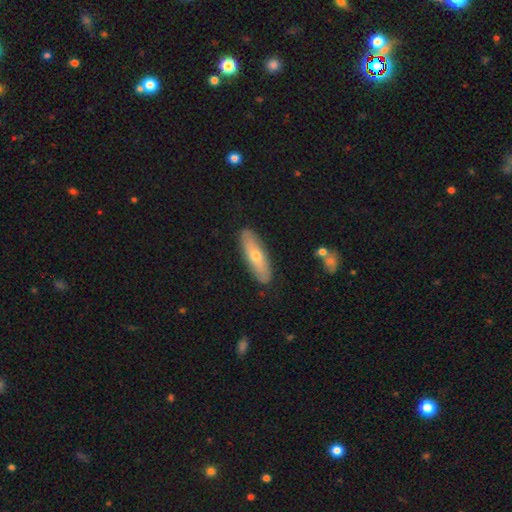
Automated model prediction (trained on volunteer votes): Q: Smooth or featured?
A: smooth (54%); runner-up: featured or disk (40%)
Q: How rounded?
A: cigar-shaped (58%); runner-up: in between (40%)
Q: Merging?
A: none (87%); runner-up: minor disturbance (9%)